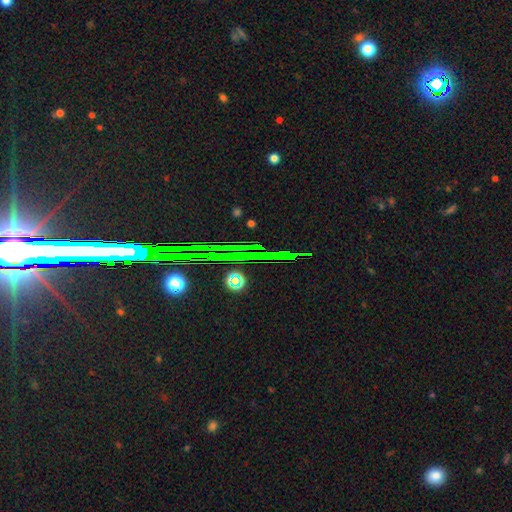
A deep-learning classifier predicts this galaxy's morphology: smooth_or_featured: star or artifact (p=0.78) [alt: featured or disk p=0.12]